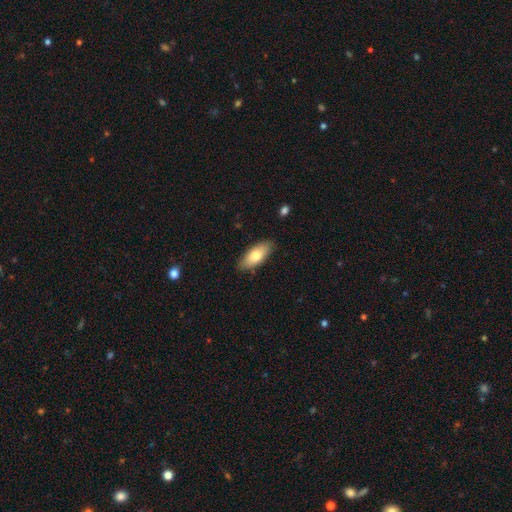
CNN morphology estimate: A smooth galaxy with no disk features (75%) that is in between round and cigar-shaped (84%). Merging: none (86%).